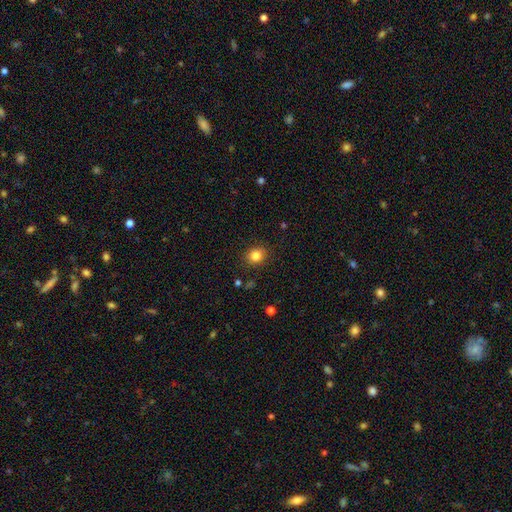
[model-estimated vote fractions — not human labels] Q: Smooth or featured?
A: smooth (83%); runner-up: star or artifact (11%)
Q: How rounded?
A: round (72%); runner-up: in between (28%)
Q: Merging?
A: none (88%); runner-up: minor disturbance (8%)